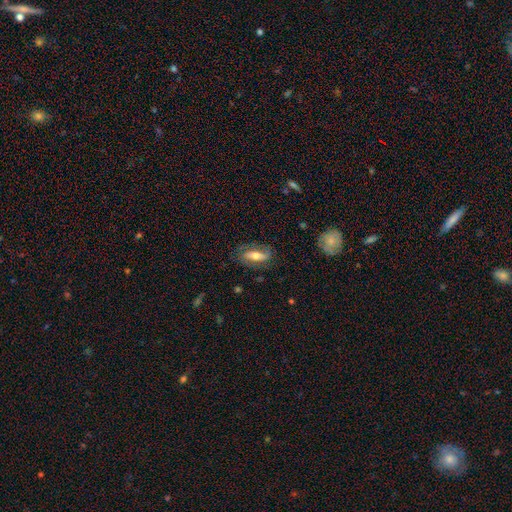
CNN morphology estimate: A featured or disk galaxy (56%).

Vote fractions:
- Smooth or featured? featured or disk: 56% / smooth: 38% / star or artifact: 7%
- Edge-on disk? no: 81% / yes: 19%
- Merging? none: 74% / minor disturbance: 17% / major disturbance: 8% / merger: 1%